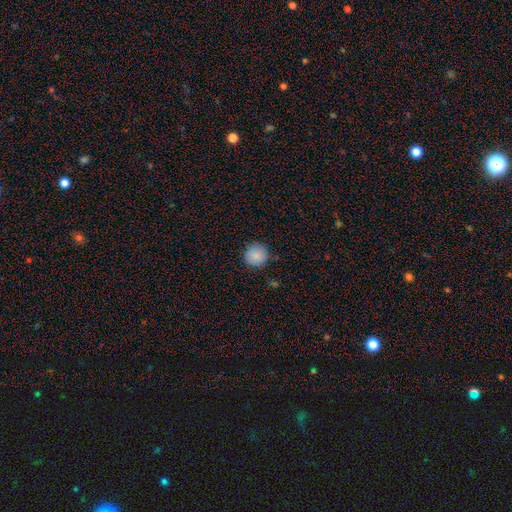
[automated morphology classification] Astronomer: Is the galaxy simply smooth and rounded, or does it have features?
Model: smooth — 88%.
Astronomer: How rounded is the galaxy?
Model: round — 93%.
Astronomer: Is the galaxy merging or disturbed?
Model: none — 88%.